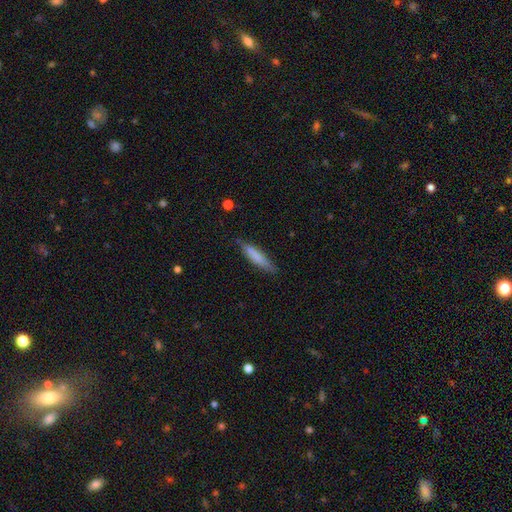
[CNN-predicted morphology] Smooth or featured: smooth — 75% (featured or disk — 19%)
How rounded: cigar-shaped — 83% (in between — 15%)
Merging: none — 76% (minor disturbance — 19%)